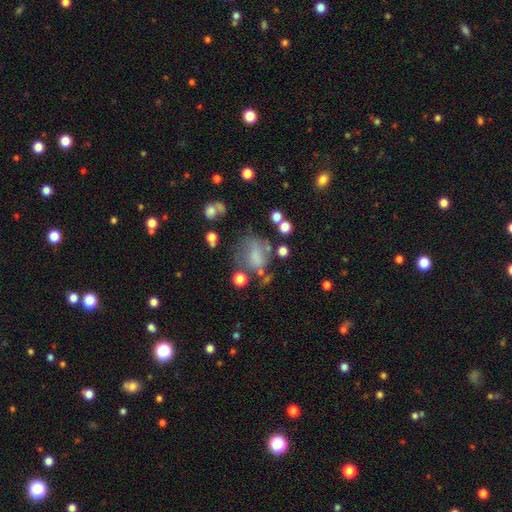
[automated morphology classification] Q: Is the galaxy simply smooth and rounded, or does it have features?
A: smooth — 59%.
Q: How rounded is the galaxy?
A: round — 52%.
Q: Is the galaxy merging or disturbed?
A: none — 41%.